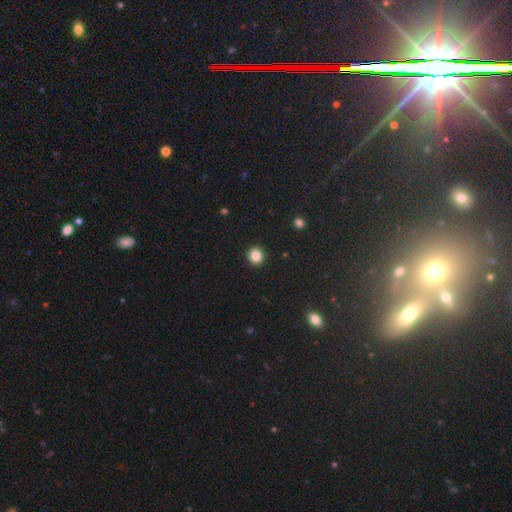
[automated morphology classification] This appears to be a smooth galaxy with no disk features (84%) that is round (92%). Merging: none (93%).